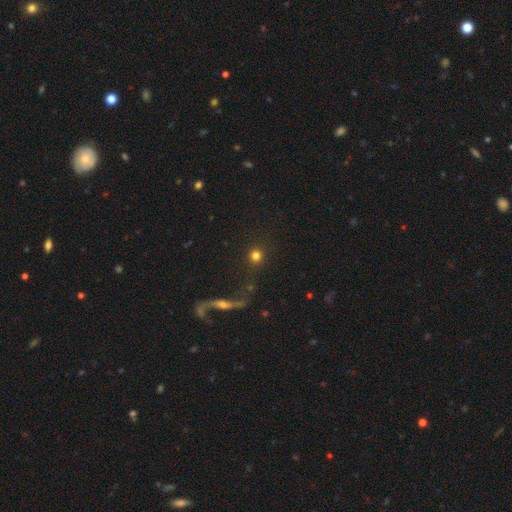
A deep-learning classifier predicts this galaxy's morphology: Smooth or featured?
  - smooth: 78% *
  - star or artifact: 13%
  - featured or disk: 10%
How rounded?
  - round: 95% *
  - in between: 3%
  - cigar-shaped: 1%
Merging?
  - none: 84% *
  - minor disturbance: 6%
  - merger: 6%
  - major disturbance: 4%